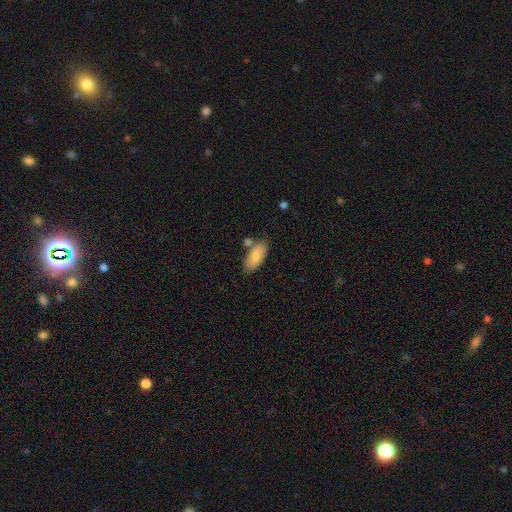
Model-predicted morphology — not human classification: smooth_or_featured: smooth (p=0.84) [alt: featured or disk p=0.10]
how_rounded: in between (p=0.89) [alt: cigar-shaped p=0.09]
merging: none (p=0.70) [alt: minor disturbance p=0.15]